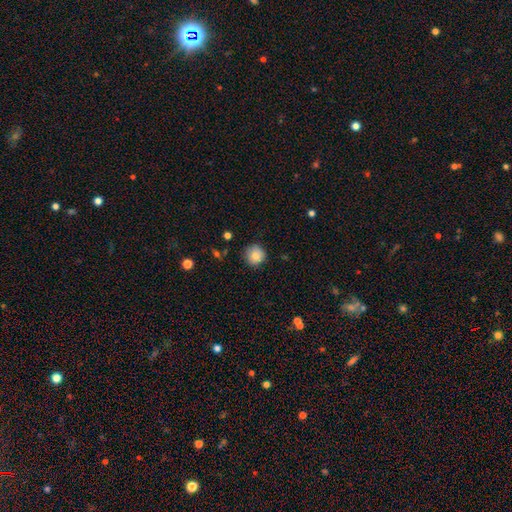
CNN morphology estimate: This appears to be a smooth galaxy with no disk features (83%) that is round (93%). Merging: none (85%).